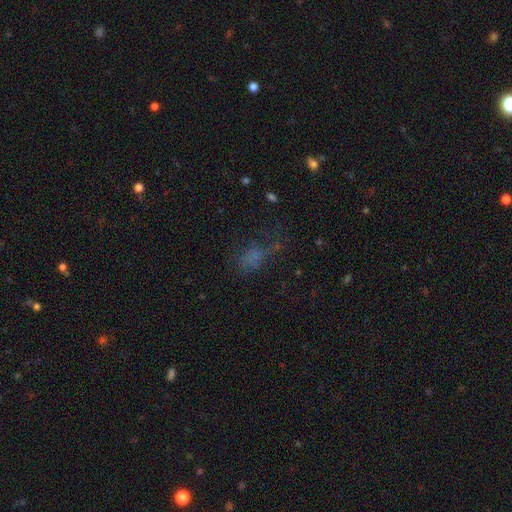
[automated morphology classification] This is possibly a smooth galaxy (53%). How rounded: likely in between (72%). Merging: marginally none (39%).